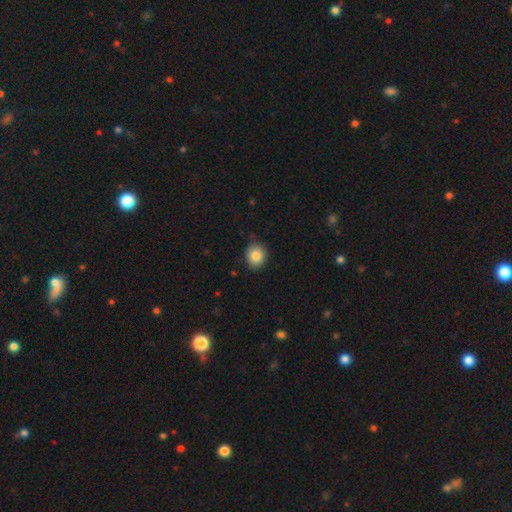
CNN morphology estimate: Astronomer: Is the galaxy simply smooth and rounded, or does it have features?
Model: smooth — 85%.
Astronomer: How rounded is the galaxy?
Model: round — 73%.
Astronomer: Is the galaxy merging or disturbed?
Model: none — 87%.